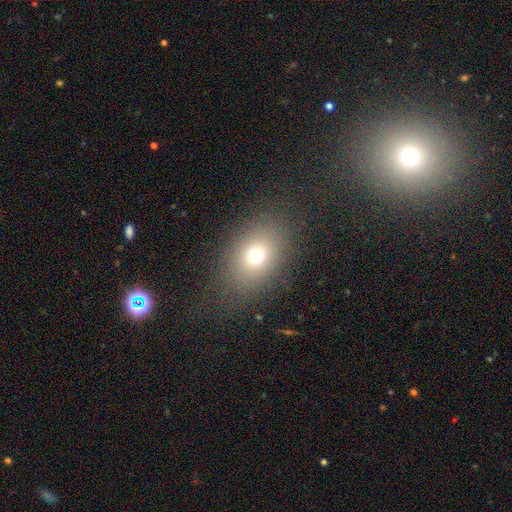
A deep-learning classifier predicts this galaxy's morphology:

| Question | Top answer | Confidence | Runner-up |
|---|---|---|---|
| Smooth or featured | smooth | 70% | star or artifact (16%) |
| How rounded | in between | 68% | round (31%) |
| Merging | none | 81% | minor disturbance (11%) |